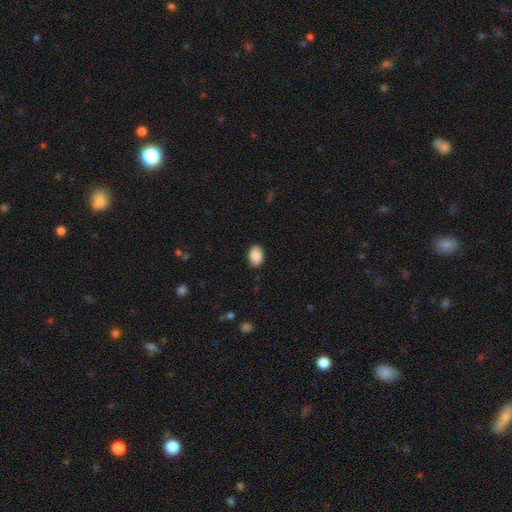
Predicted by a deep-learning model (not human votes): A smooth galaxy with no disk features (90%) that is in between round and cigar-shaped (83%).

Vote fractions:
- Smooth or featured? smooth: 90% / star or artifact: 7% / featured or disk: 3%
- How rounded? in between: 83% / round: 16% / cigar-shaped: 1%
- Merging? none: 89% / minor disturbance: 8% / major disturbance: 2% / merger: 1%